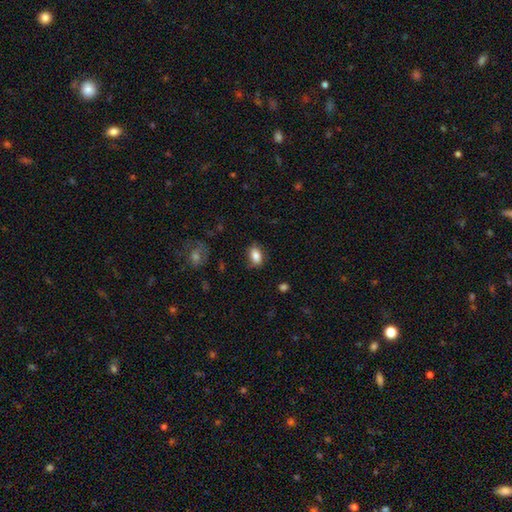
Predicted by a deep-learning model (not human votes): This is clearly a smooth galaxy (82%). How rounded: clearly in between (85%). Merging: likely none (74%).